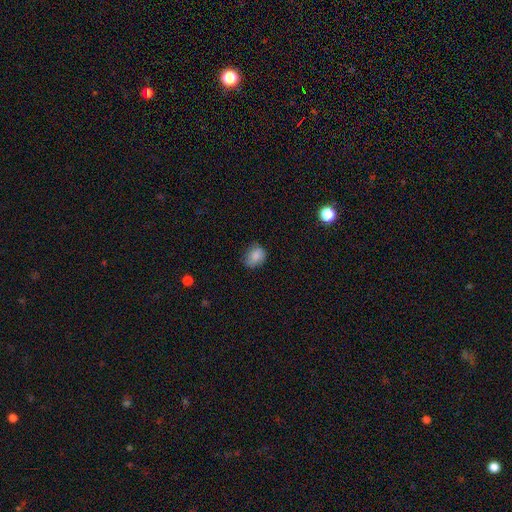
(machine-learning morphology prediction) A smooth galaxy with no disk features (81%) that is in between round and cigar-shaped (60%). Merging: none (65%).